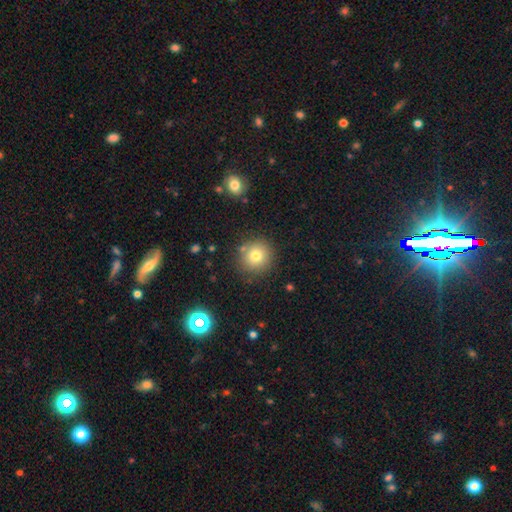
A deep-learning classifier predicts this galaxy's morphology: smooth 76%, star or artifact 13%, featured or disk 11%. Down the decision tree: how rounded — round (92%); merging — none (84%).